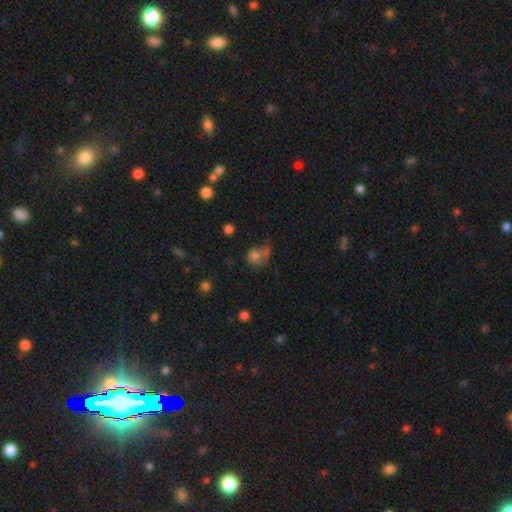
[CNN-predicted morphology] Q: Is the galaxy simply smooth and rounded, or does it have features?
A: smooth — 73%.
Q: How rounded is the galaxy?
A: round — 75%.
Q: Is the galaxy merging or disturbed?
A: none — 40%.